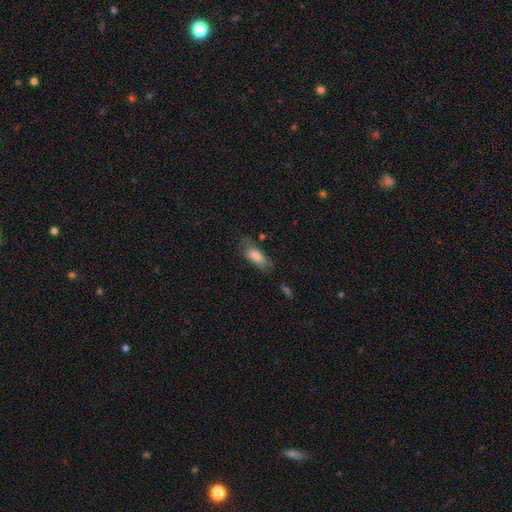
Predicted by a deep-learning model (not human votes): smooth_or_featured: smooth (p=0.76) [alt: featured or disk p=0.17]
how_rounded: in between (p=0.73) [alt: cigar-shaped p=0.25]
merging: none (p=0.62) [alt: minor disturbance p=0.25]